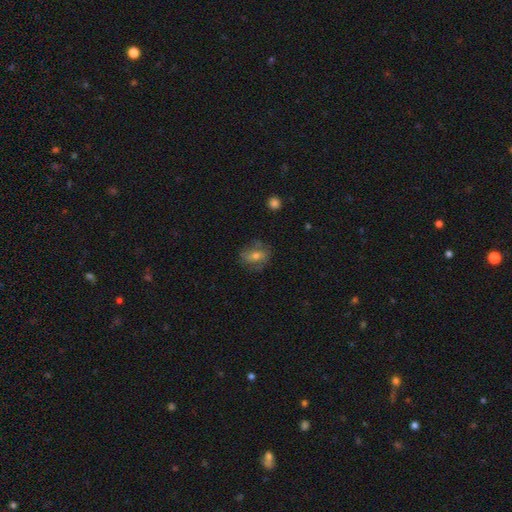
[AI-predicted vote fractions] Overall: smooth (57%; featured or disk 33%). How rounded: in between (59%; round 38%). Merging: none (67%).